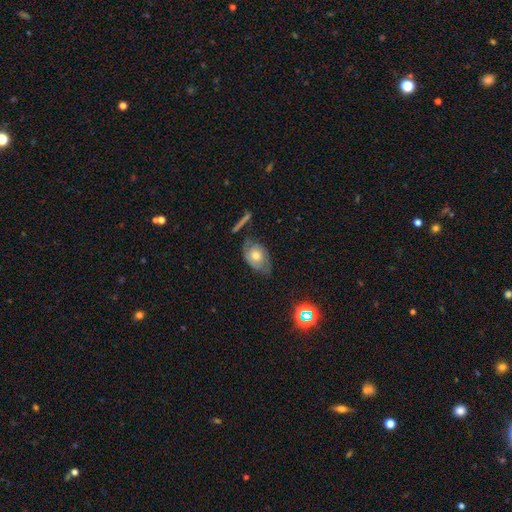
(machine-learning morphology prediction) The model was most divided on "smooth or featured": featured or disk: 51%, smooth: 40%, star or artifact: 9%. More confident: edge-on disk — no (91%); merging — none (53%).